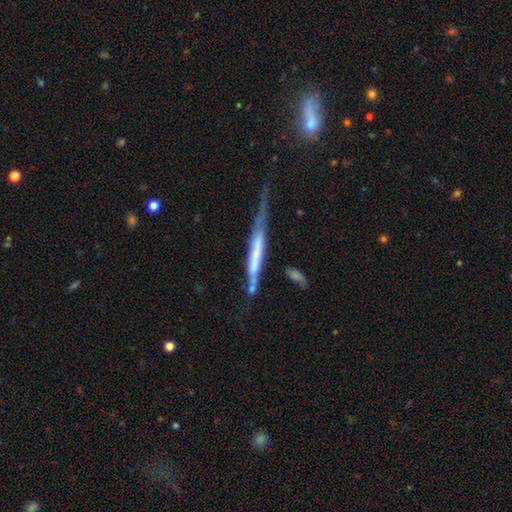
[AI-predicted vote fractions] This is likely a featured or disk galaxy (63%). It is clearly viewed edge-on (87%). Edge-on bulge: possibly none (58%). Merging: marginally none (41%).